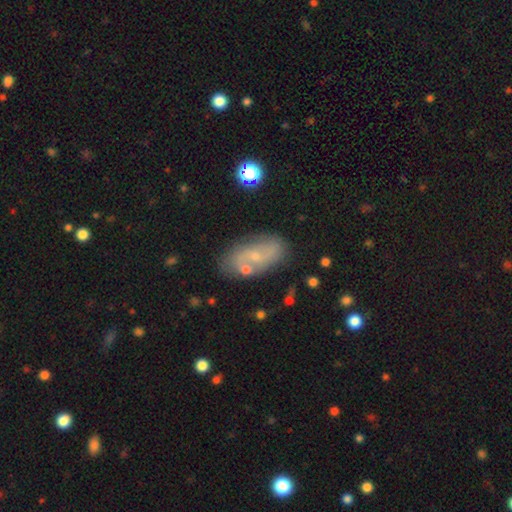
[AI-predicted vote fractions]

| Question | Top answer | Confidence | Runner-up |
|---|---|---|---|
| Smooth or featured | featured or disk | 52% | smooth (37%) |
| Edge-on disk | no | 91% | yes (9%) |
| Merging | none | 66% | minor disturbance (17%) |